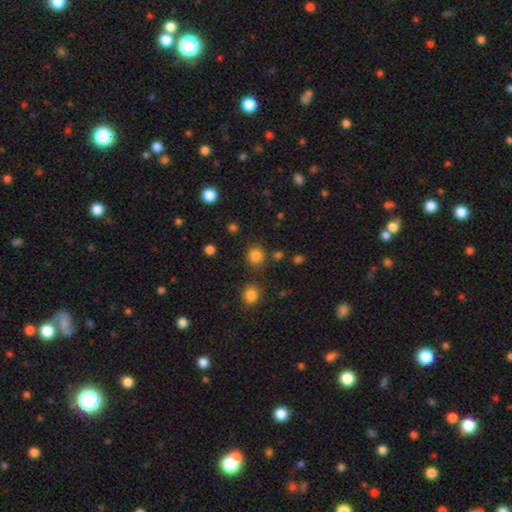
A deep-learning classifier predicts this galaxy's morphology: Smooth or featured? Predicted: smooth (p=0.83). How rounded? Predicted: round (p=0.90). Merging? Predicted: none (p=0.83).